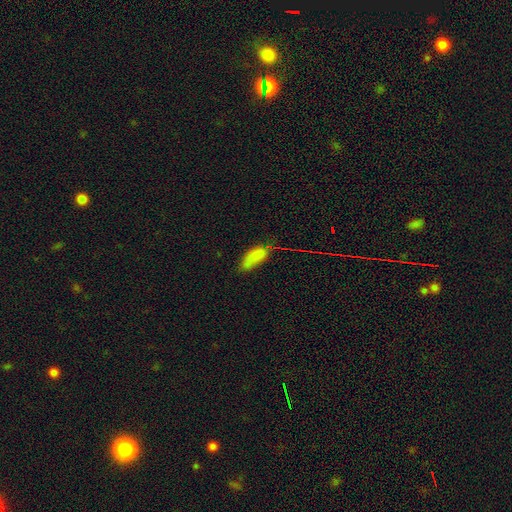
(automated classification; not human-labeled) smooth-or-featured: smooth: 80% | star or artifact: 12% | featured or disk: 9%
  how-rounded: in between: 80% | cigar-shaped: 18% | round: 3%
  merging: none: 44% | minor disturbance: 36% | major disturbance: 15% | merger: 5%